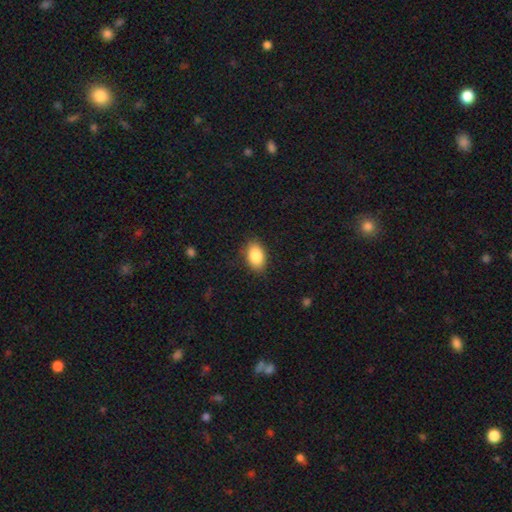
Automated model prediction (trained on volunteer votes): A smooth galaxy with no disk features (86%) that is in between round and cigar-shaped (90%). Merging: none (86%).